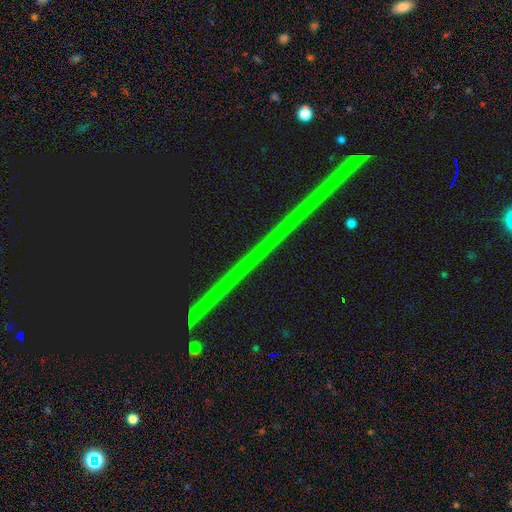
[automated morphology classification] Smooth or featured? Predicted: star or artifact (p=0.86).